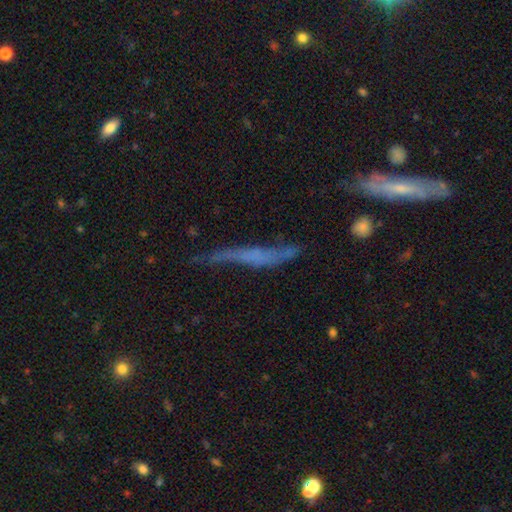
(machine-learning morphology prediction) The model was most divided on "smooth or featured": featured or disk: 53%, smooth: 35%, star or artifact: 12%. Remaining: edge-on disk — yes (66%); merging — none (49%).